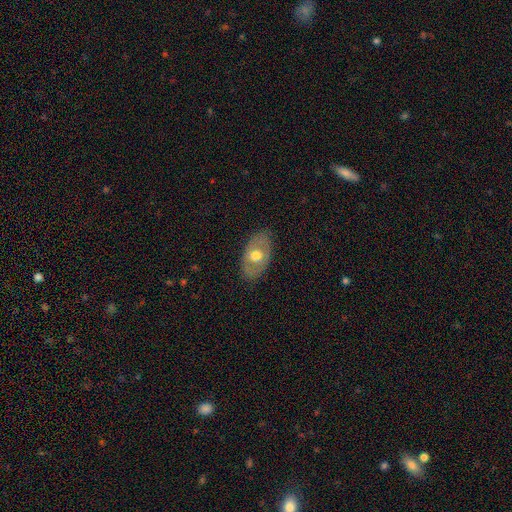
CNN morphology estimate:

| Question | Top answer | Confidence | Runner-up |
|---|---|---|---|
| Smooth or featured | smooth | 51% | featured or disk (44%) |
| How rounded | in between | 88% | round (10%) |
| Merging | none | 79% | minor disturbance (16%) |